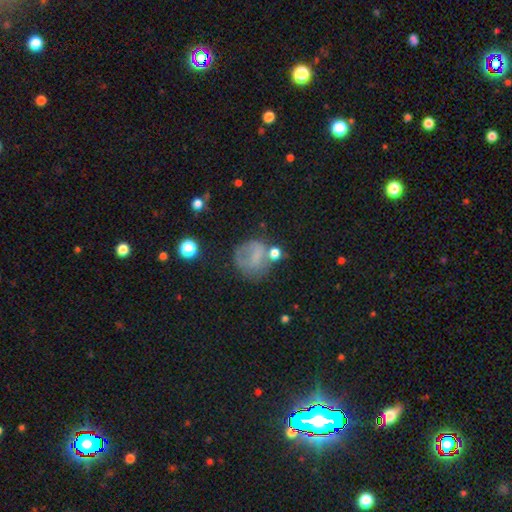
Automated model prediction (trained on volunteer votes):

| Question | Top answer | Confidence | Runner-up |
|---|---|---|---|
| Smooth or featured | smooth | 54% | featured or disk (29%) |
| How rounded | round | 76% | in between (23%) |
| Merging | none | 46% | minor disturbance (23%) |